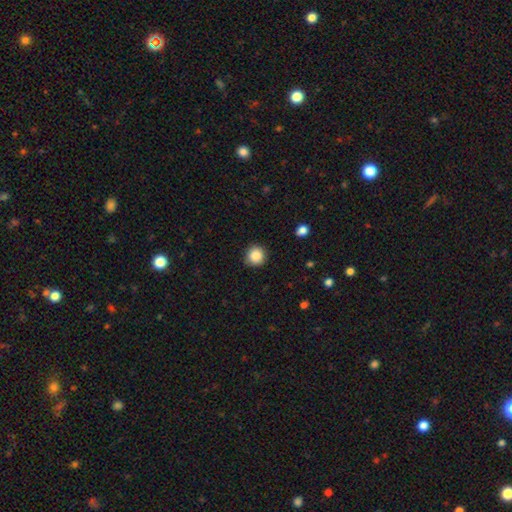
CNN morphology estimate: smooth-or-featured: smooth: 87% | star or artifact: 9% | featured or disk: 3%
  how-rounded: round: 94% | in between: 5% | cigar-shaped: 1%
  merging: none: 87% | minor disturbance: 9% | major disturbance: 2% | merger: 1%